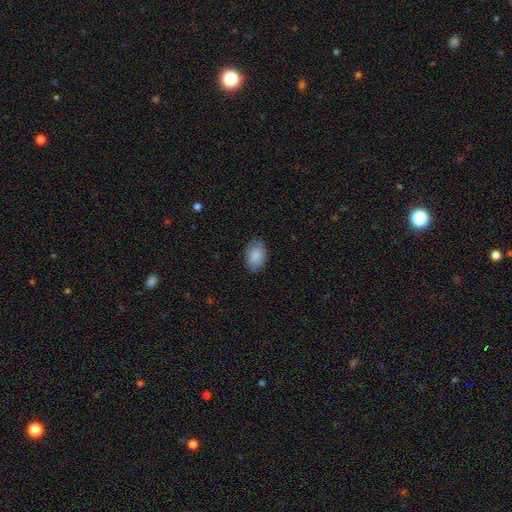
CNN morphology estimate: Q: Smooth or featured?
A: smooth (89%); runner-up: star or artifact (6%)
Q: How rounded?
A: in between (88%); runner-up: round (10%)
Q: Merging?
A: none (85%); runner-up: minor disturbance (11%)